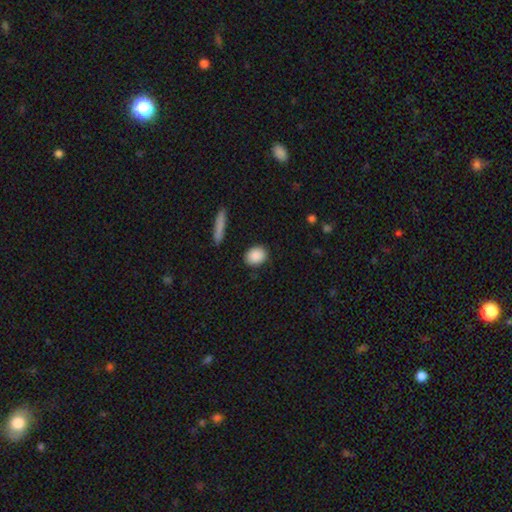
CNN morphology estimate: A smooth galaxy with no disk features (89%) that is in between round and cigar-shaped (50%).

Vote fractions:
- Smooth or featured? smooth: 89% / star or artifact: 7% / featured or disk: 4%
- How rounded? in between: 50% / round: 47% / cigar-shaped: 2%
- Merging? none: 86% / minor disturbance: 9% / major disturbance: 2% / merger: 2%